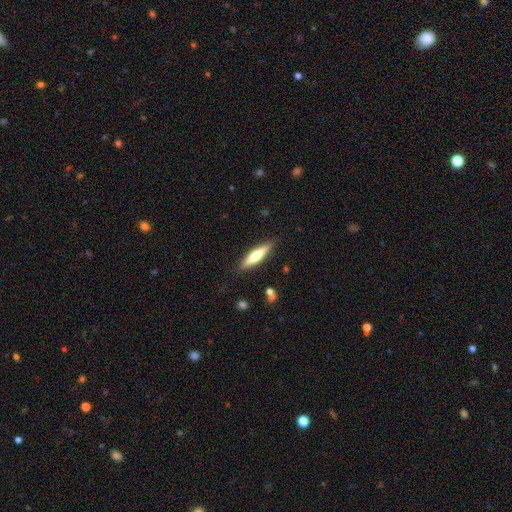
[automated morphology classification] The model was most divided on "smooth or featured": smooth: 49%, featured or disk: 45%, star or artifact: 6%. More confident: merging — none (87%).